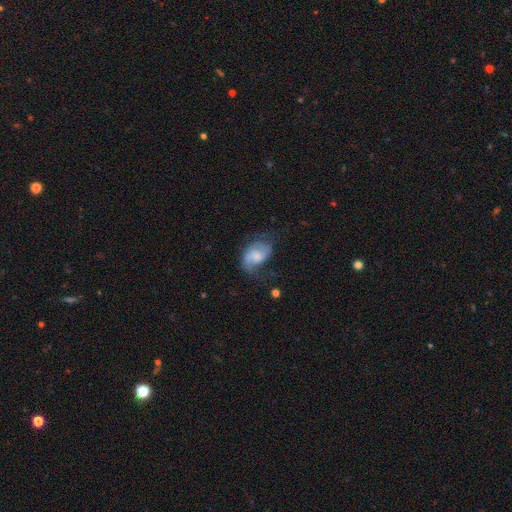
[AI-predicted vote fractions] A featured or disk galaxy (52%).

Vote fractions:
- Smooth or featured? featured or disk: 52% / smooth: 40% / star or artifact: 8%
- Edge-on disk? no: 97% / yes: 3%
- Merging? none: 40% / major disturbance: 29% / minor disturbance: 28% / merger: 3%